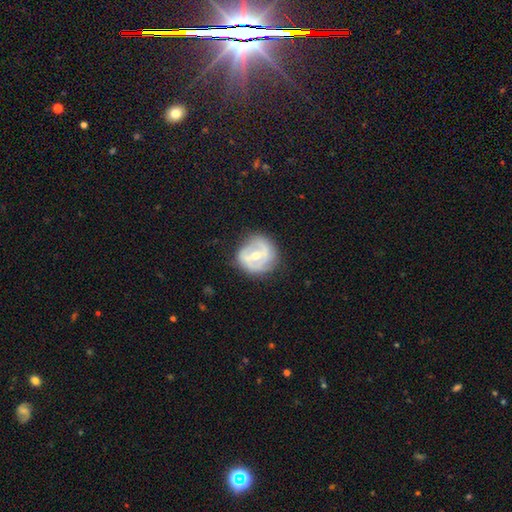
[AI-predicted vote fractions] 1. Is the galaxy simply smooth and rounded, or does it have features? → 67% featured or disk, 27% smooth, 6% star or artifact.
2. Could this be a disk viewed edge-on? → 97% no, 3% yes.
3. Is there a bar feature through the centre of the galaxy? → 44% weak, 30% no, 26% strong.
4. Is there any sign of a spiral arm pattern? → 63% yes, 37% no.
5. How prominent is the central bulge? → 61% moderate, 35% small, 2% large, 1% none, 1% dominant.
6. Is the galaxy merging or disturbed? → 73% none, 19% minor disturbance, 7% major disturbance, 1% merger.